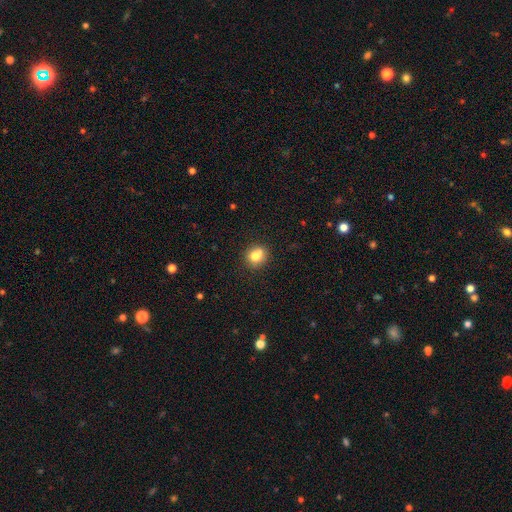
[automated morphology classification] This appears to be a smooth galaxy with no disk features (79%) that is round (78%). Merging: none (73%).